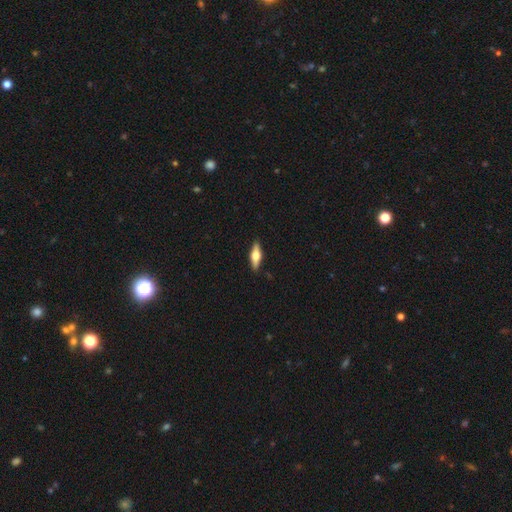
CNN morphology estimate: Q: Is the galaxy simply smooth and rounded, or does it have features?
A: featured or disk — 51%.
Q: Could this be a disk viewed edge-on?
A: yes — 94%.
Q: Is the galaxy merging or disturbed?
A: none — 89%.